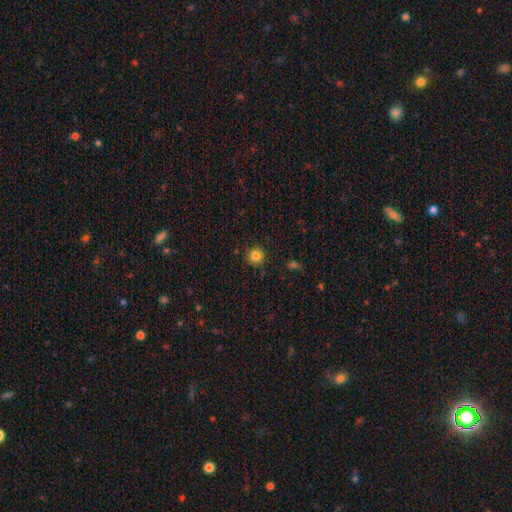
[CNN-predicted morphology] Q: Smooth or featured?
A: smooth (84%); runner-up: star or artifact (12%)
Q: How rounded?
A: round (94%); runner-up: in between (5%)
Q: Merging?
A: none (90%); runner-up: minor disturbance (6%)